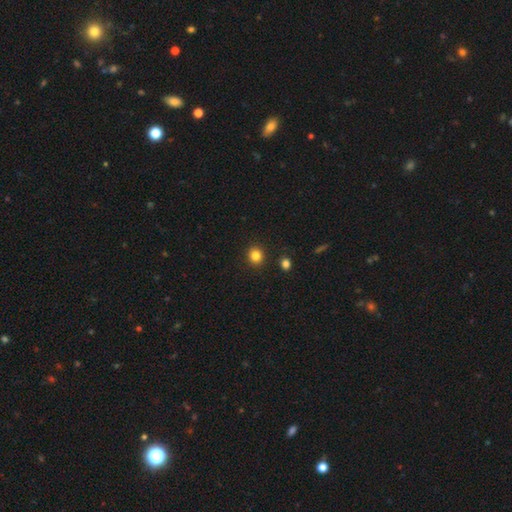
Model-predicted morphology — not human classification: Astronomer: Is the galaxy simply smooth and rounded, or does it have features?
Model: smooth — 83%.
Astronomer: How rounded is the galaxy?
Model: round — 86%.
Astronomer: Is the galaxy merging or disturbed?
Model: none — 90%.